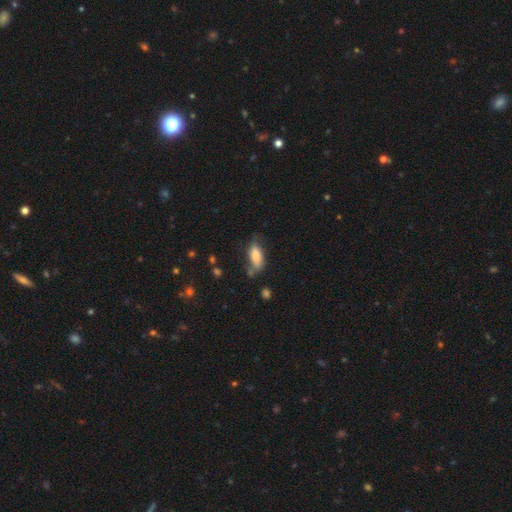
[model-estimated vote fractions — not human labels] This appears to be a smooth galaxy with no disk features (78%) that is in between round and cigar-shaped (78%). Merging: none (52%).